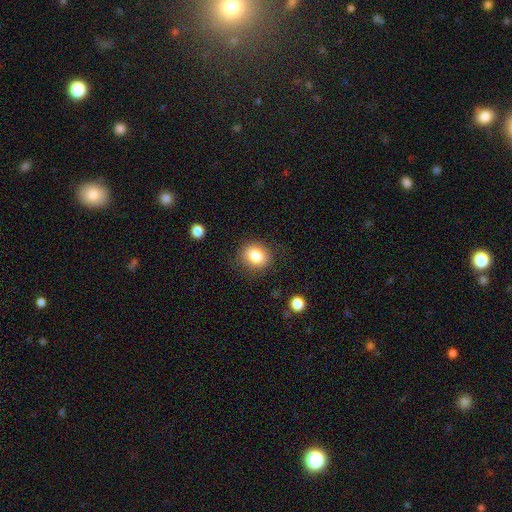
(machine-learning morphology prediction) smooth_or_featured: smooth (p=0.84) [alt: star or artifact p=0.09]
how_rounded: round (p=0.63) [alt: in between p=0.36]
merging: none (p=0.83) [alt: minor disturbance p=0.12]